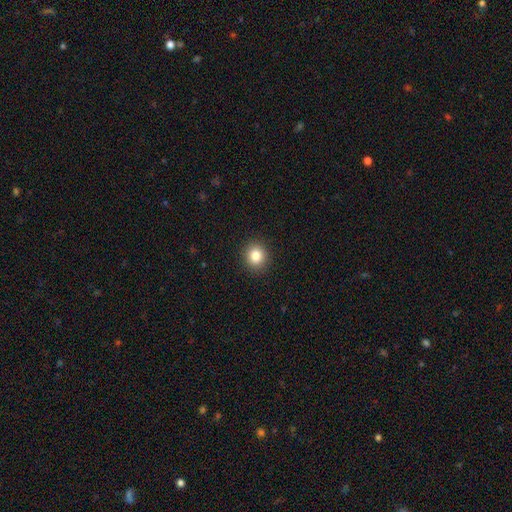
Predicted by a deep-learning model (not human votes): The model was most divided on "how rounded": round: 83%, in between: 16%, cigar-shaped: 1%. More confident: merging — none (91%); smooth or featured — smooth (83%).